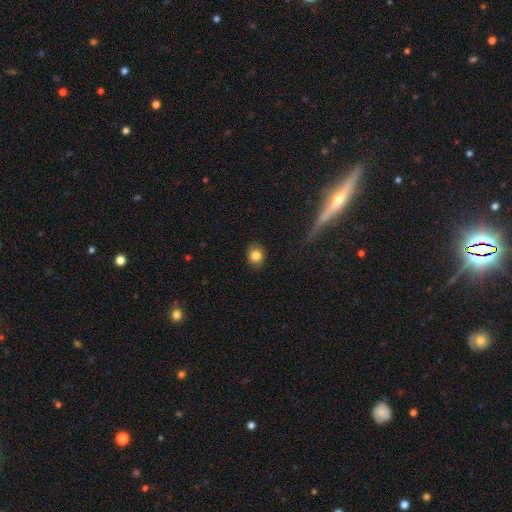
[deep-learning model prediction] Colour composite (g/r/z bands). It shows a smooth galaxy with no disk features (82%) that is round (53%). Merging: none (86%).